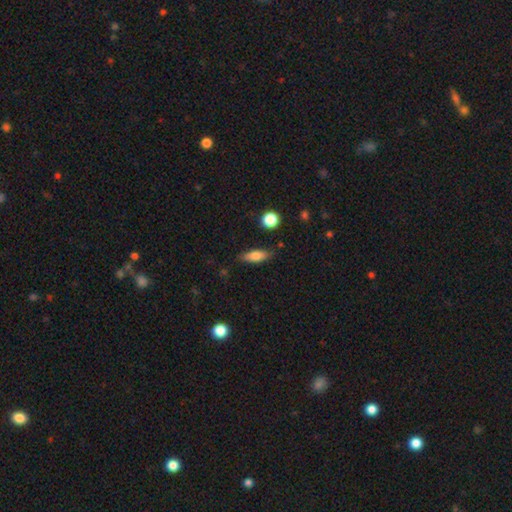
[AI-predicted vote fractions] smooth_or_featured: smooth (p=0.70) [alt: featured or disk p=0.22]
how_rounded: in between (p=0.56) [alt: cigar-shaped p=0.40]
merging: none (p=0.81) [alt: minor disturbance p=0.13]